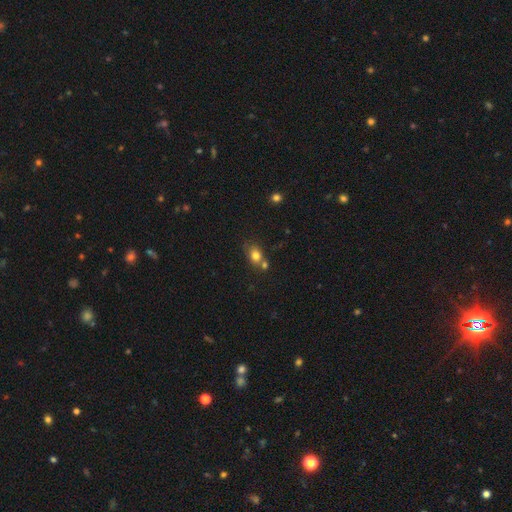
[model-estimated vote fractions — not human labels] A smooth galaxy with no disk features (78%) that is in between round and cigar-shaped (57%). Merging: none (47%).